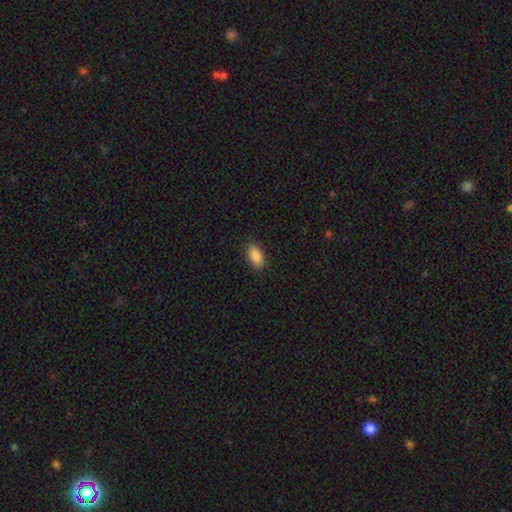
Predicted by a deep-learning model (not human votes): smooth-or-featured: smooth: 88% | star or artifact: 7% | featured or disk: 5%
  how-rounded: in between: 91% | cigar-shaped: 5% | round: 4%
  merging: none: 87% | minor disturbance: 9% | major disturbance: 2% | merger: 1%